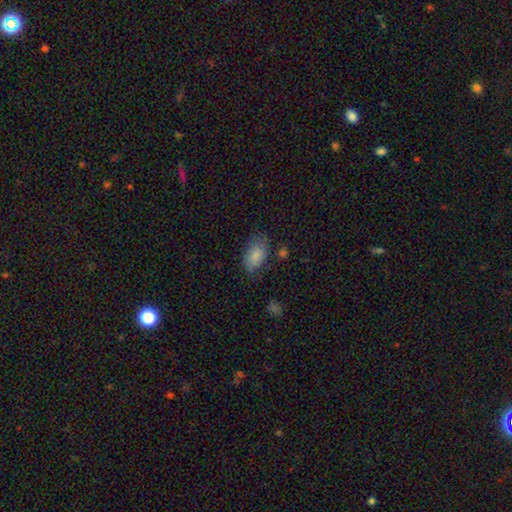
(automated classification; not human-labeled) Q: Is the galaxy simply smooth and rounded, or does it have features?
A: smooth — 83%.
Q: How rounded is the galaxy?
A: in between — 91%.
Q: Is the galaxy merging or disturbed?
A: none — 65%.